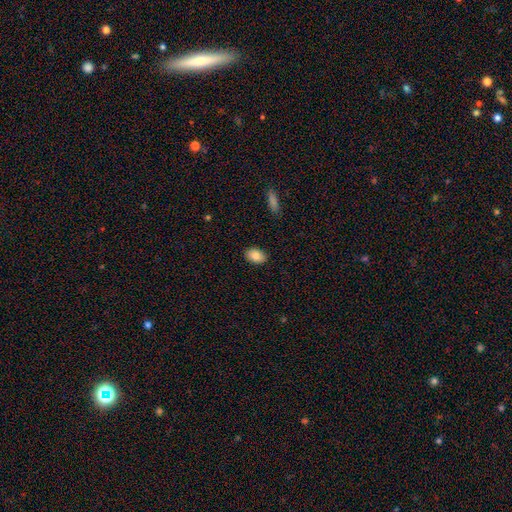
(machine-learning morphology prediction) This is clearly a smooth galaxy (86%). How rounded: clearly in between (85%). Merging: clearly none (89%).